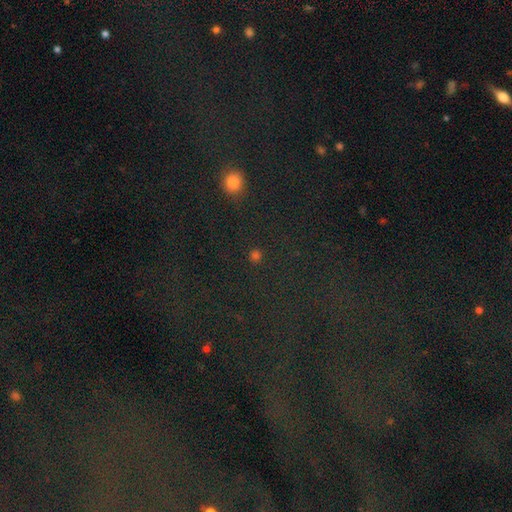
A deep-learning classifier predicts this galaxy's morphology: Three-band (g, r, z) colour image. It shows a smooth galaxy with no disk features (61%) that is round (87%). Merging: none (86%).